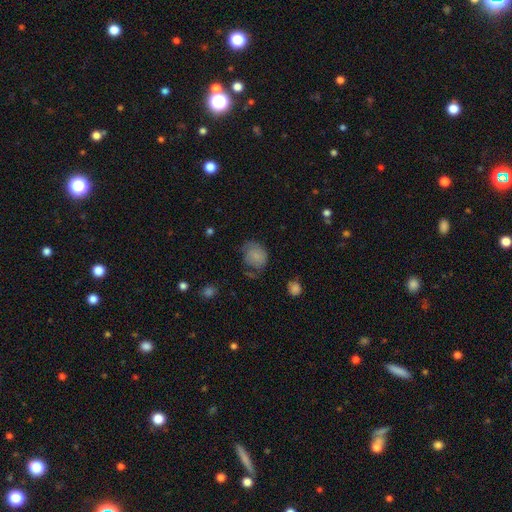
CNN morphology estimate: smooth_or_featured: smooth (p=0.71) [alt: featured or disk p=0.20]
how_rounded: round (p=0.59) [alt: in between p=0.41]
merging: none (p=0.46) [alt: minor disturbance p=0.32]